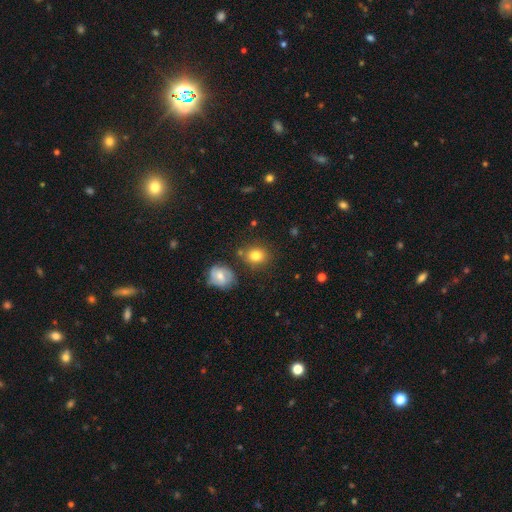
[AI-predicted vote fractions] Smooth or featured: smooth — 80% (star or artifact — 10%)
How rounded: round — 71% (in between — 28%)
Merging: none — 77% (minor disturbance — 13%)